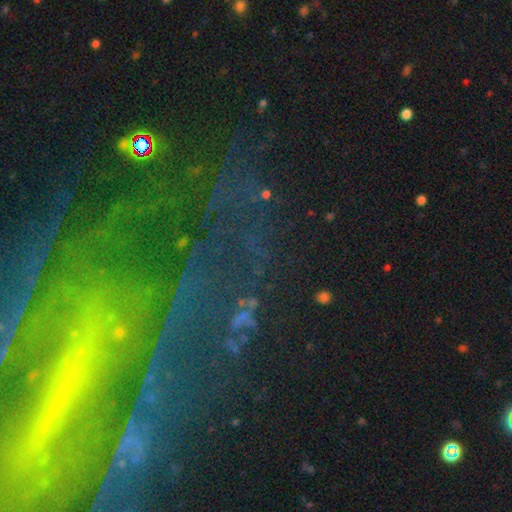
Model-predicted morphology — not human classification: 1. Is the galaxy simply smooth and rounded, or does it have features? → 45% star or artifact, 39% featured or disk, 15% smooth.